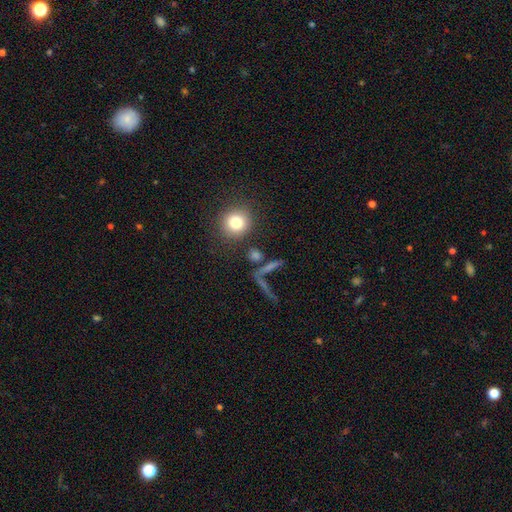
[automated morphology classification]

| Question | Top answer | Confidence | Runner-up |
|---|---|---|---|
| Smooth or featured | smooth | 67% | star or artifact (17%) |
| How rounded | round | 63% | cigar-shaped (19%) |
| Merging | none | 69% | merger (11%) |